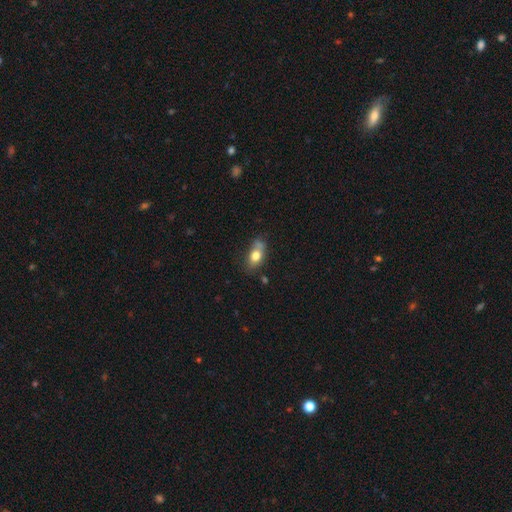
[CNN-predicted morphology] A smooth galaxy with no disk features (73%) that is in between round and cigar-shaped (80%). Merging: none (52%).